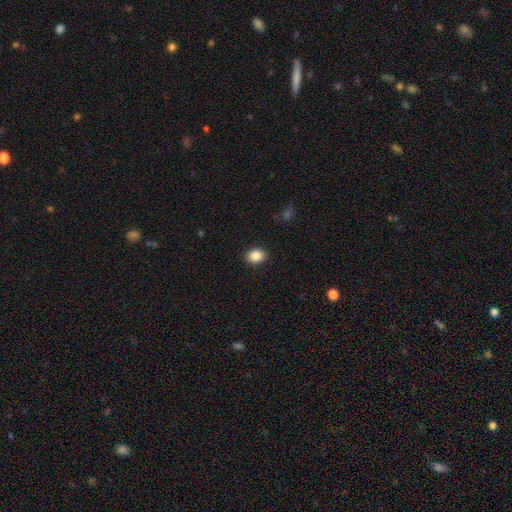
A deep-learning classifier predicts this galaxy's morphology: This appears to be a smooth galaxy with no disk features (88%) that is in between round and cigar-shaped (58%). Merging: none (90%).